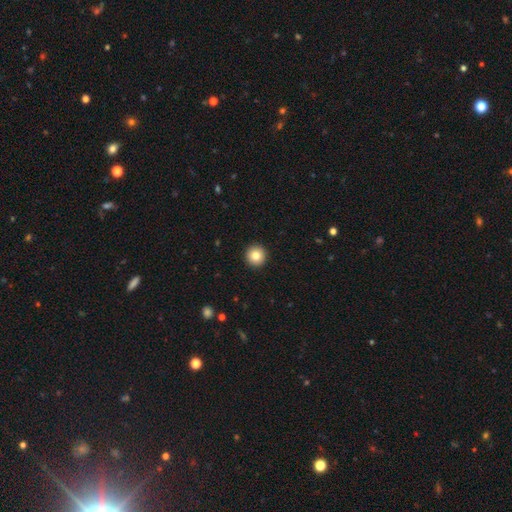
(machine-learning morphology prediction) Q: Smooth or featured?
A: smooth (83%); runner-up: star or artifact (9%)
Q: How rounded?
A: round (96%); runner-up: in between (3%)
Q: Merging?
A: none (94%); runner-up: minor disturbance (4%)